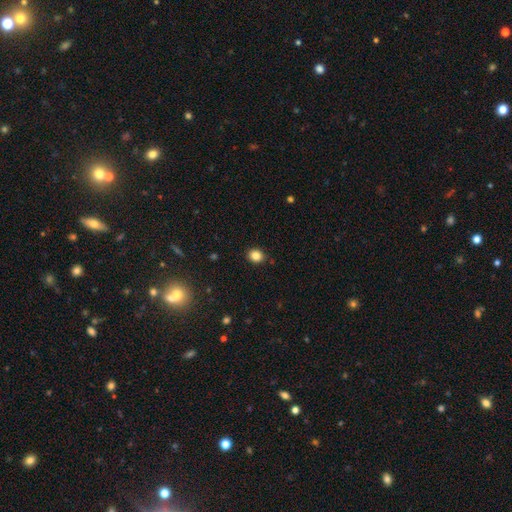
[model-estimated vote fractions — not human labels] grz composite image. It shows a smooth galaxy with no disk features (84%) that is round (71%). Merging: none (89%).